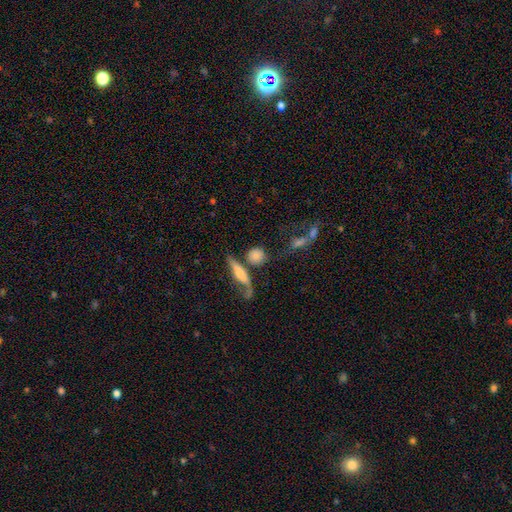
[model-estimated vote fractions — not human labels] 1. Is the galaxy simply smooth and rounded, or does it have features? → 70% smooth, 21% featured or disk, 9% star or artifact.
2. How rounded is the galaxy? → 54% round, 24% in between, 21% cigar-shaped.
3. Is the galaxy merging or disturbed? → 53% none, 20% merger, 15% minor disturbance, 11% major disturbance.